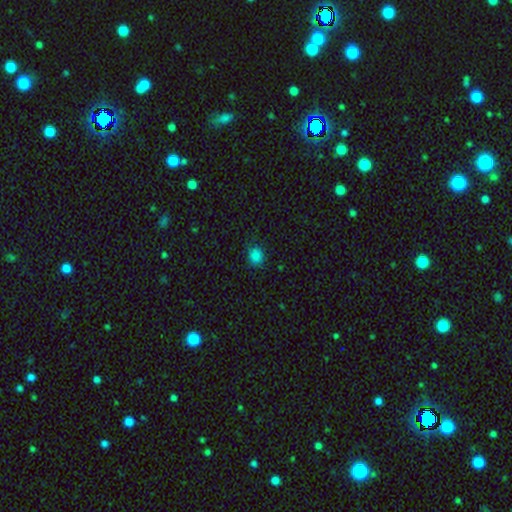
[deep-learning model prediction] This appears to be a smooth galaxy with no disk features (84%) that is round (76%). Merging: none (82%).